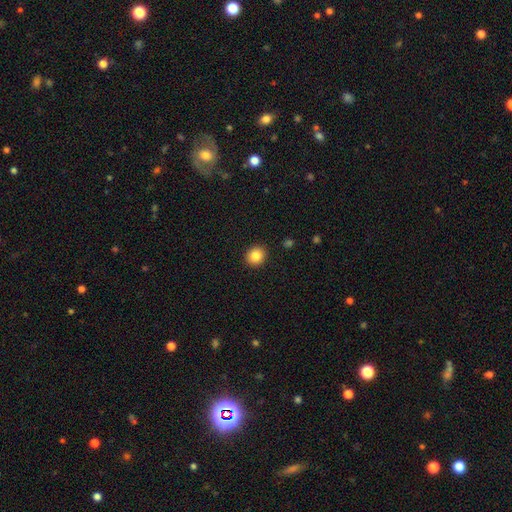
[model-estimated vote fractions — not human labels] smooth 85%, star or artifact 10%, featured or disk 5%. Down the decision tree: how rounded — round (84%); merging — none (91%).